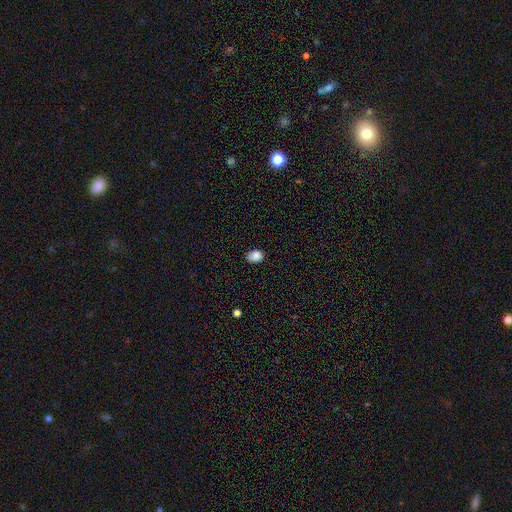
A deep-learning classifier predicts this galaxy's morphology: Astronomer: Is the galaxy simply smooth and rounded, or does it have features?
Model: smooth — 86%.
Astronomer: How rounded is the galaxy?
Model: in between — 70%.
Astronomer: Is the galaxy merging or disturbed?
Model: none — 76%.